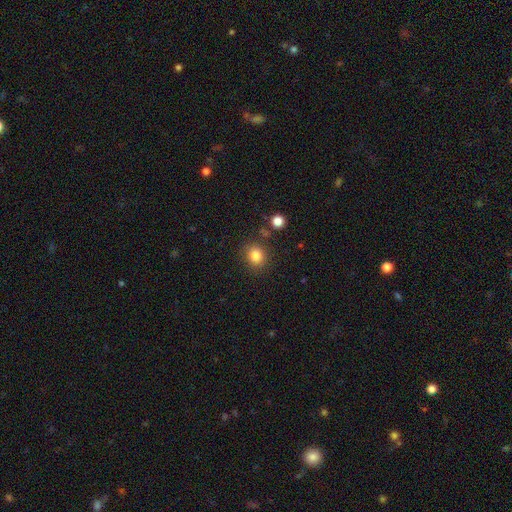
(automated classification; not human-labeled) The model was most divided on "how rounded": round: 77%, in between: 23%, cigar-shaped: 1%. More confident: merging — none (84%); smooth or featured — smooth (83%).